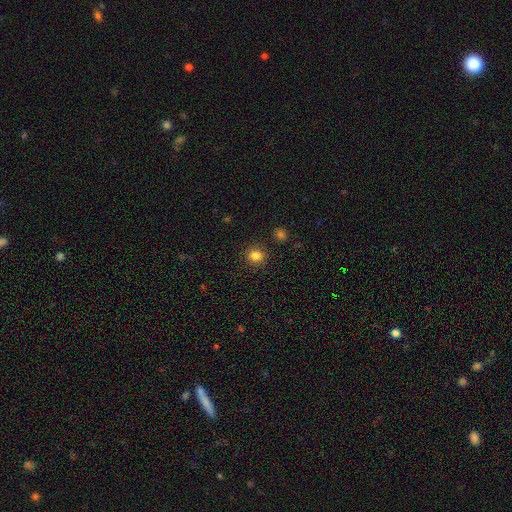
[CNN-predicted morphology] Smooth or featured? Predicted: smooth (p=0.83). How rounded? Predicted: round (p=0.82). Merging? Predicted: none (p=0.88).